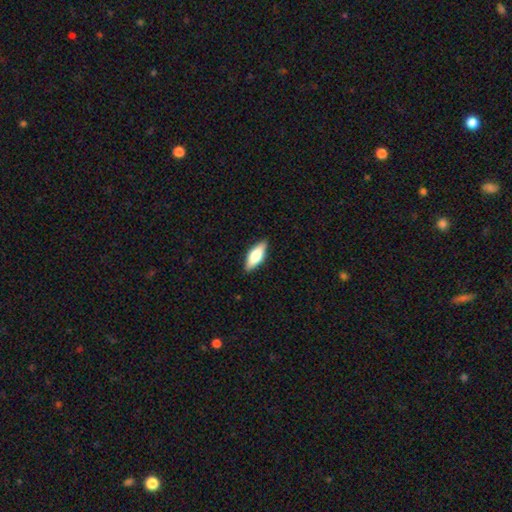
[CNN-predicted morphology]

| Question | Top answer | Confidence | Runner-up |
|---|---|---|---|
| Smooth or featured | smooth | 62% | featured or disk (32%) |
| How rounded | in between | 69% | cigar-shaped (28%) |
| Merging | none | 88% | minor disturbance (9%) |